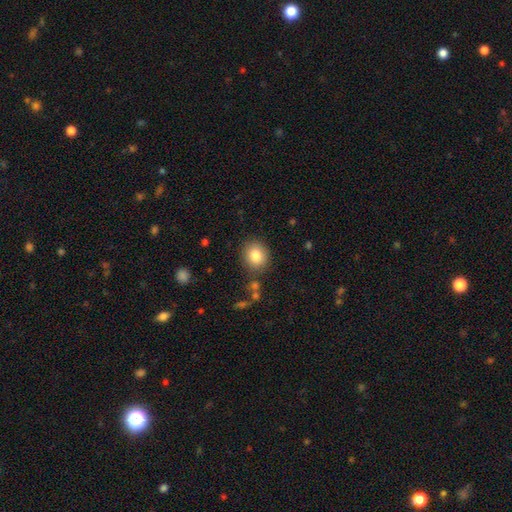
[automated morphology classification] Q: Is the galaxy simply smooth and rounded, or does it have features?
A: smooth — 83%.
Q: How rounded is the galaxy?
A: round — 69%.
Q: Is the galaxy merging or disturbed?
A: none — 83%.